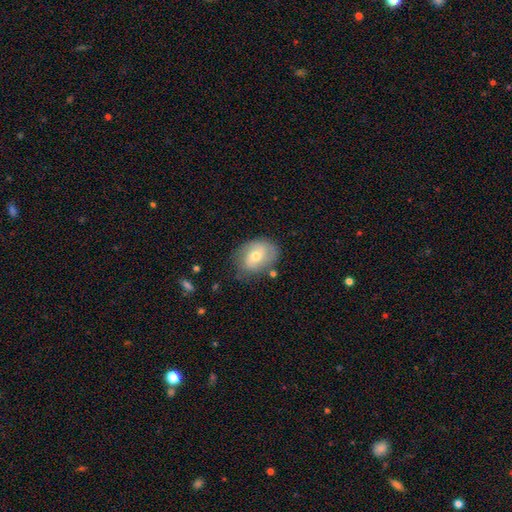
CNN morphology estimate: This is possibly a smooth galaxy (48%). Merging: likely none (69%).